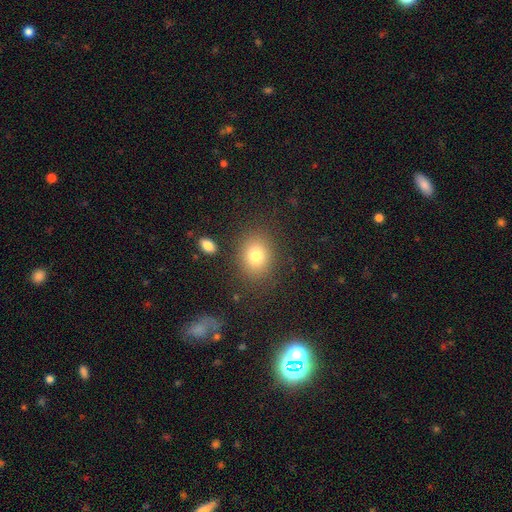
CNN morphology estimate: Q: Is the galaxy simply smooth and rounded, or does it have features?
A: smooth — 79%.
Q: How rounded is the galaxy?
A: round — 55%.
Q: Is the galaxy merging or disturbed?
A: none — 84%.